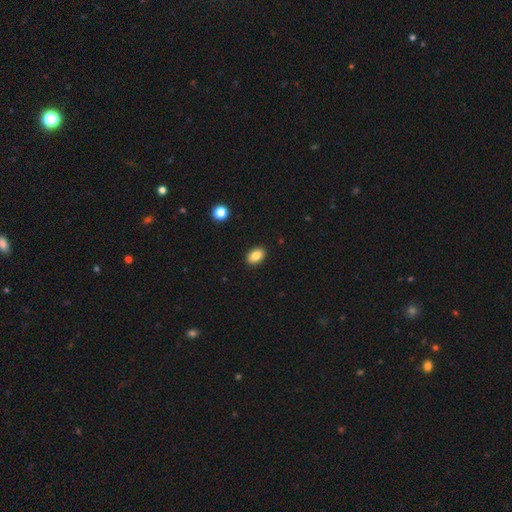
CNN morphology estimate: A smooth galaxy with no disk features (84%) that is in between round and cigar-shaped (87%).

Vote fractions:
- Smooth or featured? smooth: 84% / star or artifact: 9% / featured or disk: 7%
- How rounded? in between: 87% / round: 12% / cigar-shaped: 1%
- Merging? none: 90% / minor disturbance: 7% / major disturbance: 2% / merger: 1%